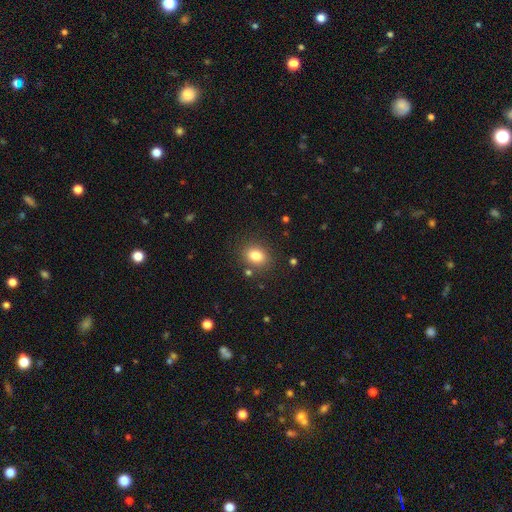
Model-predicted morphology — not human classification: type=smooth (82%); roundness=in between (51%); merging=none (84%).